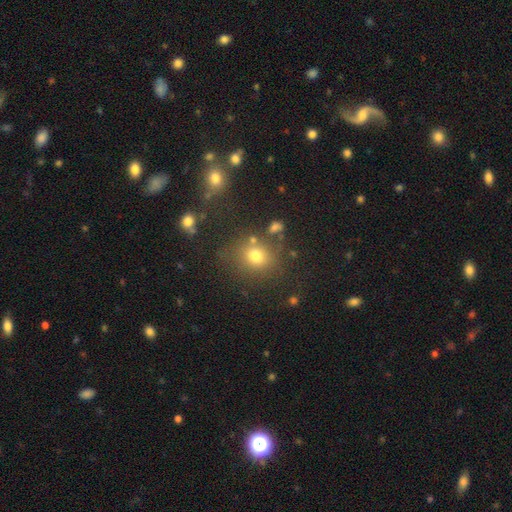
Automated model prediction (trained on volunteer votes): Smooth or featured? smooth (72%)
How rounded? round (72%)
Merging? none (72%)